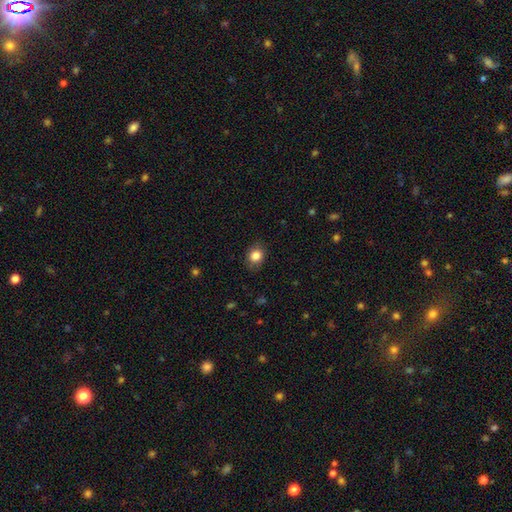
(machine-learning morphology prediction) This appears to be a smooth galaxy with no disk features (85%) that is round (60%). Merging: none (82%).